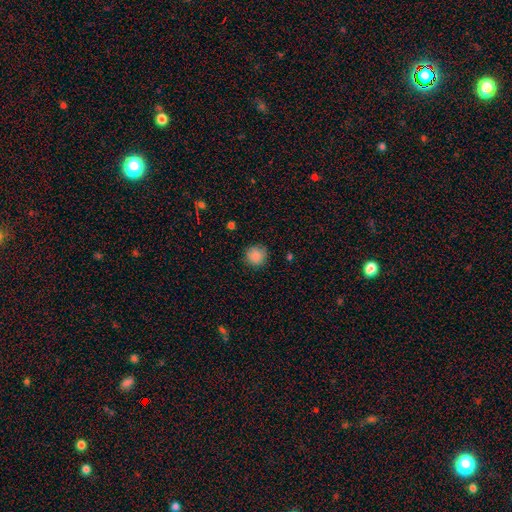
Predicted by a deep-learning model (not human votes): Smooth or featured?
  - smooth: 87% *
  - star or artifact: 9%
  - featured or disk: 4%
How rounded?
  - round: 93% *
  - in between: 6%
  - cigar-shaped: 1%
Merging?
  - none: 86% *
  - minor disturbance: 10%
  - major disturbance: 3%
  - merger: 1%